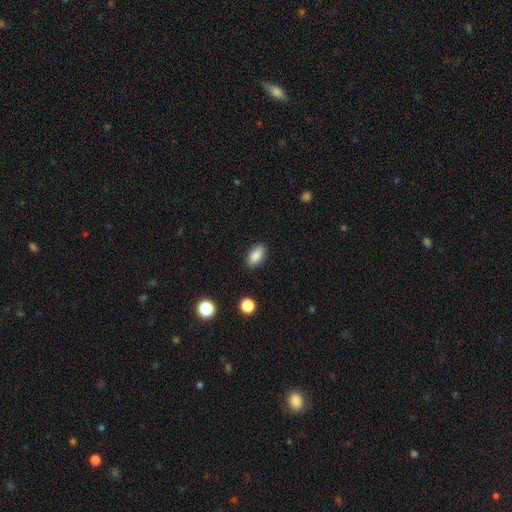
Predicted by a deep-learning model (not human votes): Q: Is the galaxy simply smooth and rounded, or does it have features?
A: smooth — 88%.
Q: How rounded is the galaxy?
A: in between — 91%.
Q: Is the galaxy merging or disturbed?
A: none — 88%.